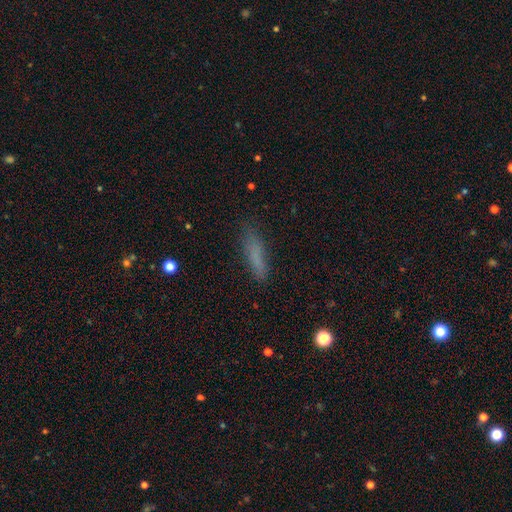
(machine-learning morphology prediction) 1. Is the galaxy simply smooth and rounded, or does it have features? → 77% smooth, 13% featured or disk, 10% star or artifact.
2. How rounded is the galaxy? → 76% cigar-shaped, 22% in between, 2% round.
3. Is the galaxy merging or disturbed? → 78% none, 16% minor disturbance, 5% major disturbance, 2% merger.